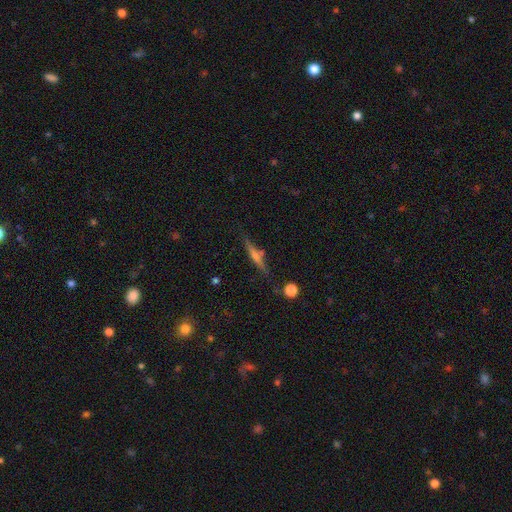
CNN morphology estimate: featured or disk 58%, smooth 33%, star or artifact 9%. Down the decision tree: edge-on disk — yes (96%); edge-on bulge — rounded (57%); merging — none (80%).